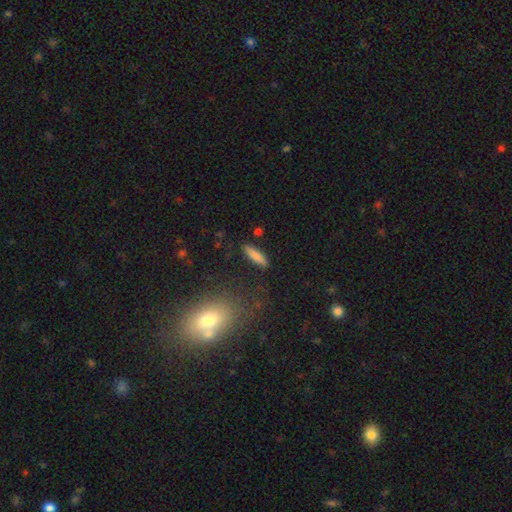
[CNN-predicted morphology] A smooth galaxy with no disk features (83%) that is cigar-shaped (74%). Merging: none (88%).